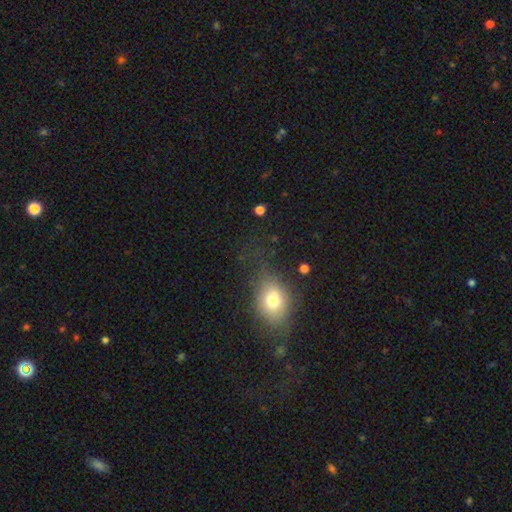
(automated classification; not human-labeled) A smooth galaxy with no disk features (60%) that is in between round and cigar-shaped (58%). Merging: none (58%).